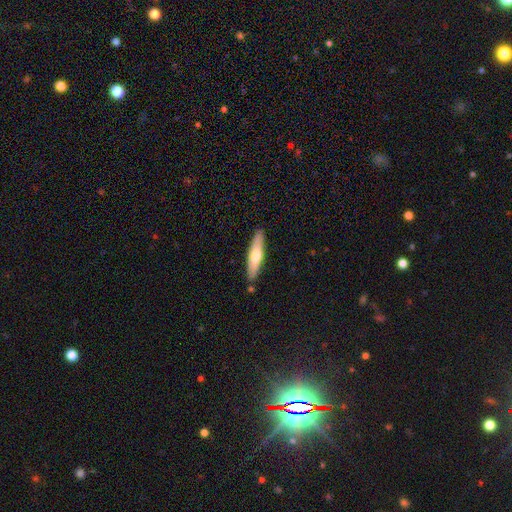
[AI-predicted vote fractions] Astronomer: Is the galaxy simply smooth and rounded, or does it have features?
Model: smooth — 59% (runner-up: featured or disk, 36%).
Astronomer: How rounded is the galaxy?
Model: cigar-shaped — 78%.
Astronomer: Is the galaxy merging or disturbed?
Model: none — 86%.